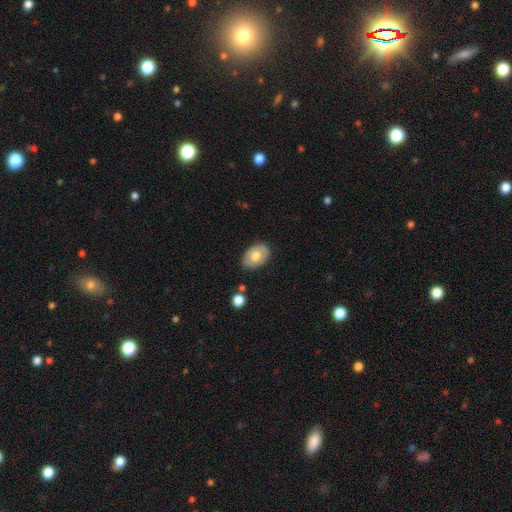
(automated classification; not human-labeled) A smooth galaxy with no disk features (61%) that is in between round and cigar-shaped (84%). Merging: none (83%).